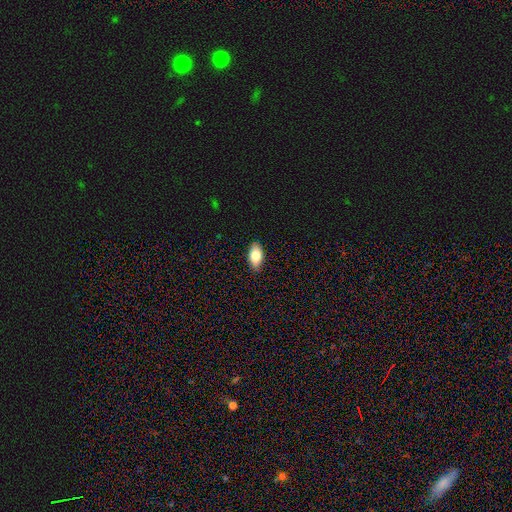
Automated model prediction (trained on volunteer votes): This is clearly a smooth galaxy (81%). How rounded: clearly in between (92%). Merging: clearly none (87%).